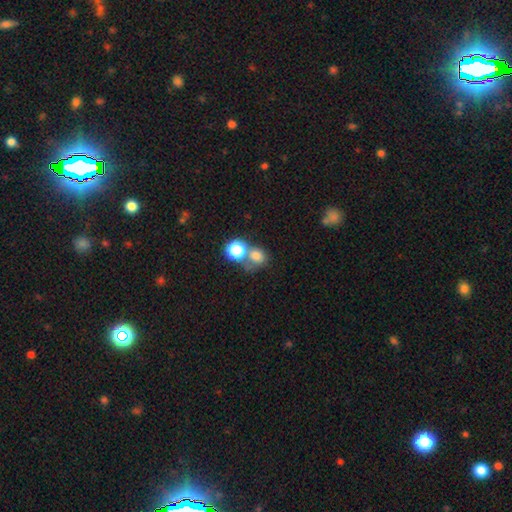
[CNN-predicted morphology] Q: Smooth or featured?
A: smooth (73%); runner-up: star or artifact (17%)
Q: How rounded?
A: round (77%); runner-up: in between (22%)
Q: Merging?
A: none (45%); runner-up: merger (39%)